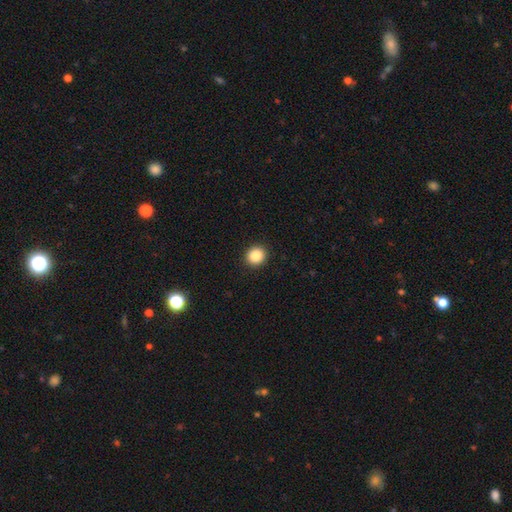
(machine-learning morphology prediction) Smooth or featured?
  - smooth: 87% *
  - star or artifact: 9%
  - featured or disk: 4%
How rounded?
  - round: 87% *
  - in between: 12%
  - cigar-shaped: 1%
Merging?
  - none: 93% *
  - minor disturbance: 5%
  - major disturbance: 2%
  - merger: 1%